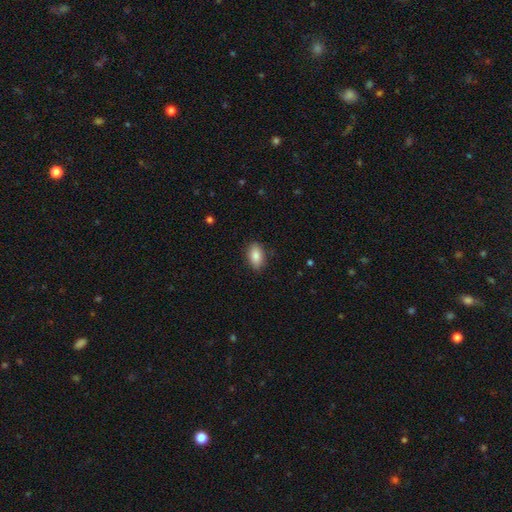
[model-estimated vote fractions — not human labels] A smooth galaxy with no disk features (86%) that is in between round and cigar-shaped (91%).

Vote fractions:
- Smooth or featured? smooth: 86% / star or artifact: 7% / featured or disk: 7%
- How rounded? in between: 91% / round: 6% / cigar-shaped: 3%
- Merging? none: 87% / minor disturbance: 10% / major disturbance: 2% / merger: 1%